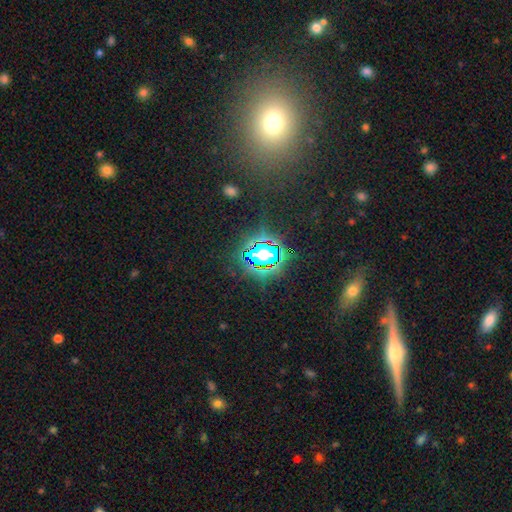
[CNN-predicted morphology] type=star or artifact (68%).